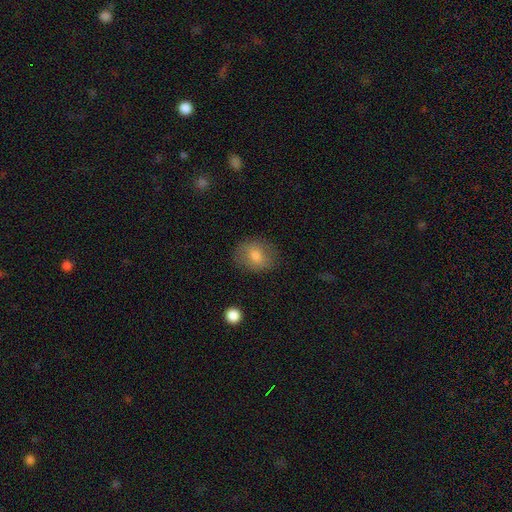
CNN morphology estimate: A smooth galaxy with no disk features (75%) that is round (53%).

Vote fractions:
- Smooth or featured? smooth: 75% / featured or disk: 15% / star or artifact: 9%
- How rounded? round: 53% / in between: 46% / cigar-shaped: 1%
- Merging? none: 82% / minor disturbance: 13% / major disturbance: 4% / merger: 1%